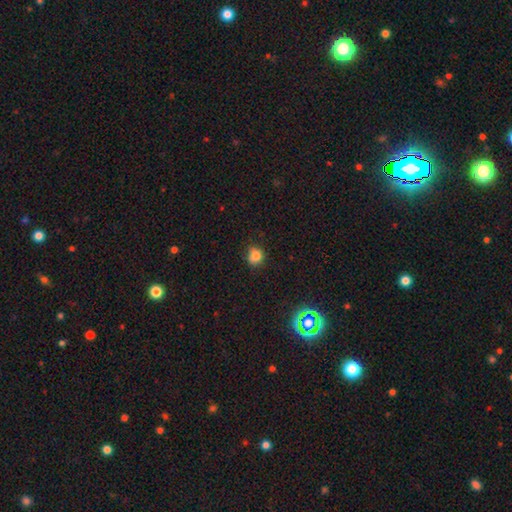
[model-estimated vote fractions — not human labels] Morphology: type=smooth (81%); roundness=round (77%); merging=none (73%).